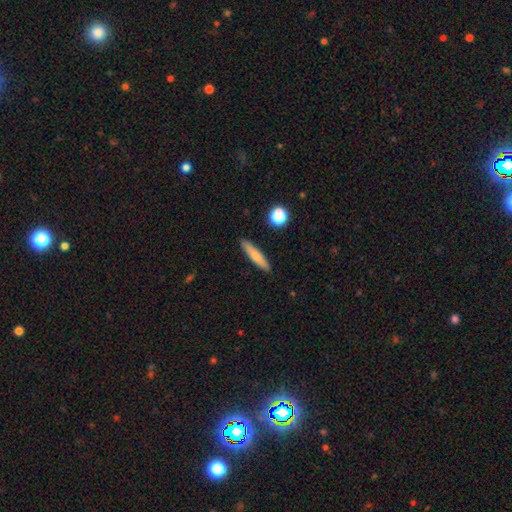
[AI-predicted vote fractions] This is likely a smooth galaxy (71%). How rounded: clearly cigar-shaped (86%). Merging: clearly none (89%).